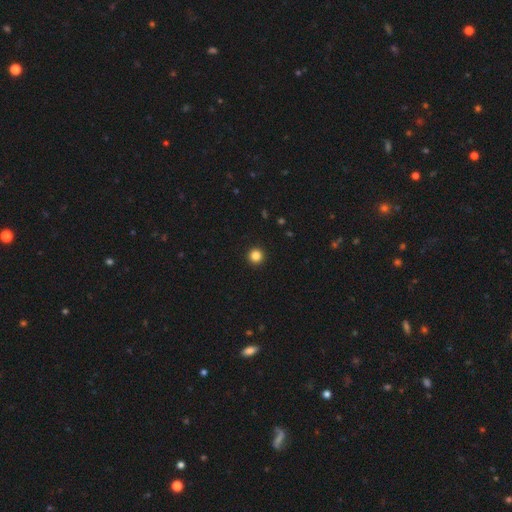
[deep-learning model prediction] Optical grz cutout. It shows a smooth galaxy with no disk features (85%) that is round (96%). Merging: none (94%).